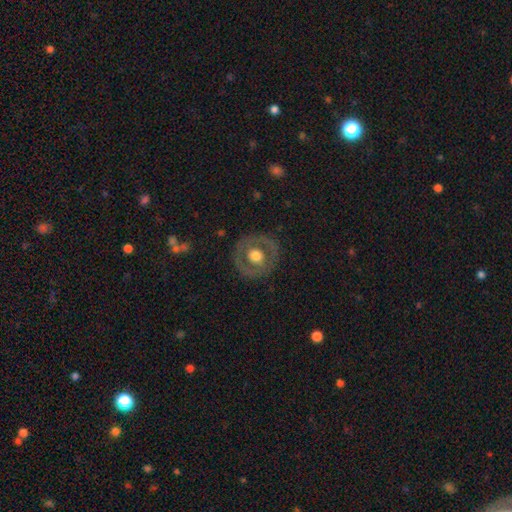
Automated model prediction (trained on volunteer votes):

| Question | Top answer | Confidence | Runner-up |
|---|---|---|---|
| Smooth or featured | featured or disk | 54% | smooth (40%) |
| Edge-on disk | no | 95% | yes (5%) |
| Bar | no | 81% | weak (14%) |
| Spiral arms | no | 83% | yes (17%) |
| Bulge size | moderate | 53% | large (39%) |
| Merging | none | 83% | minor disturbance (11%) |